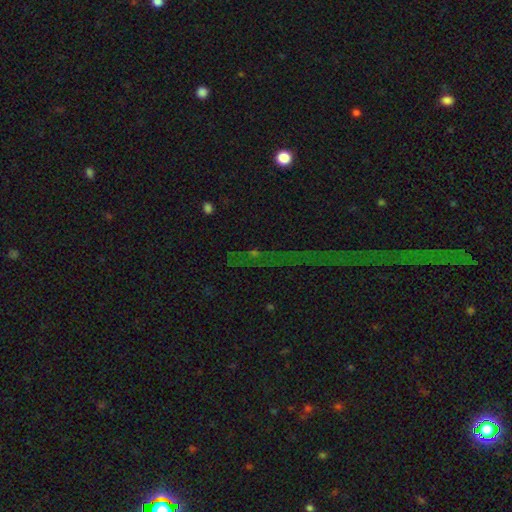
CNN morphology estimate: Smooth or featured: star or artifact — 78% (smooth — 11%)